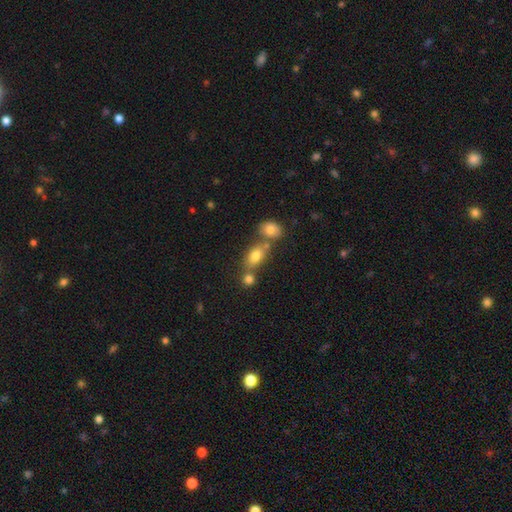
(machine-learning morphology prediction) smooth_or_featured: smooth (p=0.74) [alt: featured or disk p=0.13]
how_rounded: in between (p=0.75) [alt: round p=0.19]
merging: none (p=0.49) [alt: merger p=0.36]